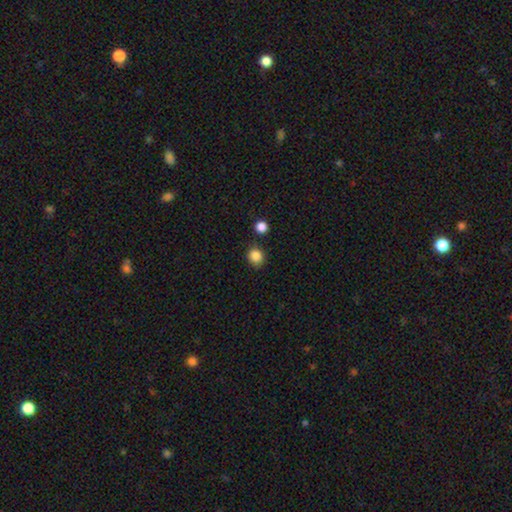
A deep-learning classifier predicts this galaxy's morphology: A smooth galaxy with no disk features (86%) that is round (81%).

Vote fractions:
- Smooth or featured? smooth: 86% / star or artifact: 10% / featured or disk: 3%
- How rounded? round: 81% / in between: 18% / cigar-shaped: 1%
- Merging? none: 81% / minor disturbance: 10% / merger: 5% / major disturbance: 3%